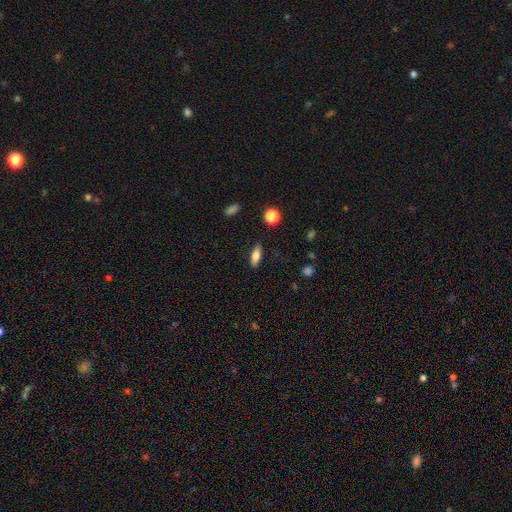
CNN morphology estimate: A smooth galaxy with no disk features (77%) that is in between round and cigar-shaped (69%).

Vote fractions:
- Smooth or featured? smooth: 77% / featured or disk: 15% / star or artifact: 8%
- How rounded? in between: 69% / cigar-shaped: 27% / round: 3%
- Merging? none: 88% / minor disturbance: 9% / major disturbance: 2% / merger: 1%